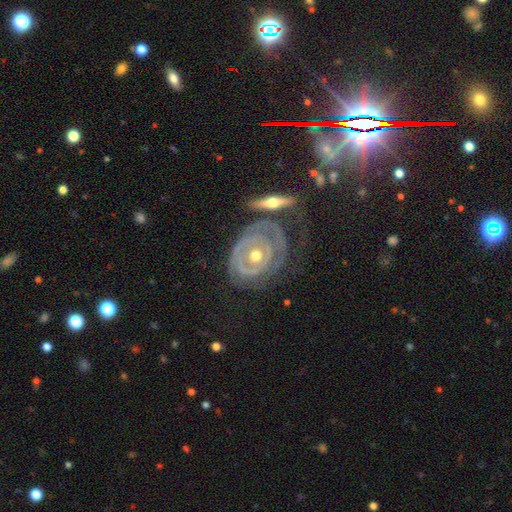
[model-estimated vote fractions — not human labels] featured or disk 81%, smooth 11%, star or artifact 7%. Down the decision tree: edge-on disk — no (95%); bar — no (76%); spiral arms — yes (77%); spiral arm count — can't tell (39%); spiral winding — tight (79%); bulge size — moderate (60%); merging — none (60%).